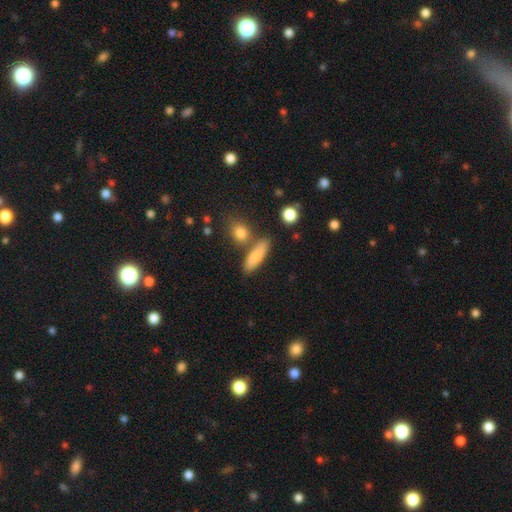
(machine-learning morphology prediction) This appears to be a smooth galaxy with no disk features (80%) that is cigar-shaped (54%). Merging: none (72%).